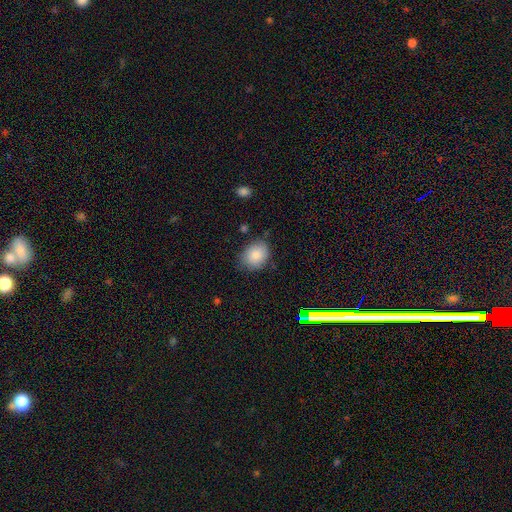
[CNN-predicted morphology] The model was most divided on "how rounded": in between: 57%, round: 42%, cigar-shaped: 1%. More confident: smooth or featured — smooth (85%); merging — none (75%).